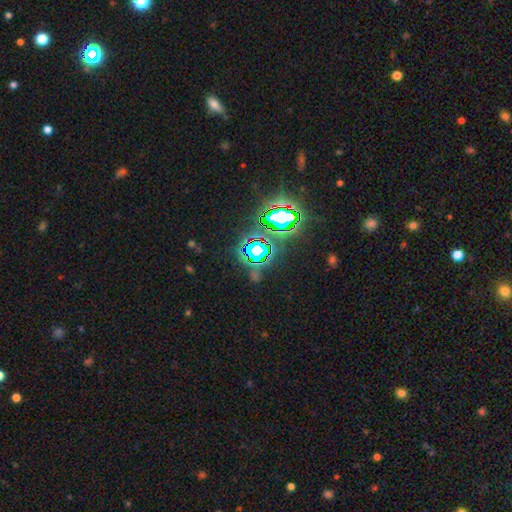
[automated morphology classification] Q: Smooth or featured?
A: star or artifact (79%); runner-up: smooth (12%)